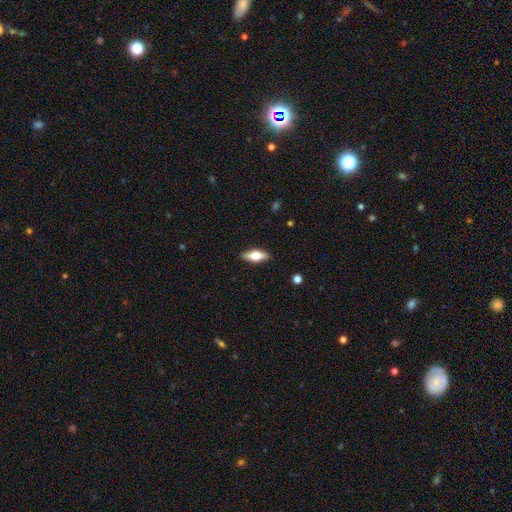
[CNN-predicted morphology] This is possibly a smooth galaxy (54%). How rounded: likely in between (71%). Merging: clearly none (88%).